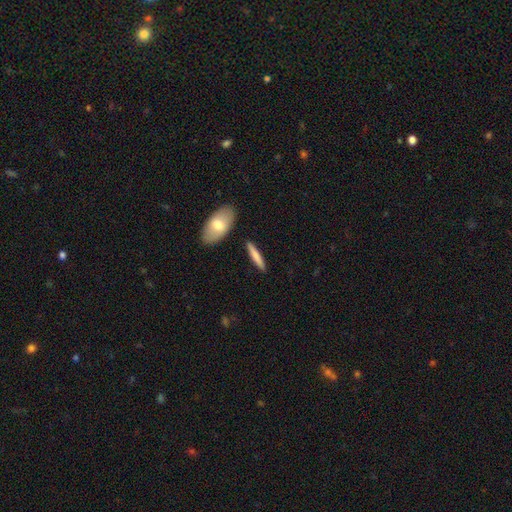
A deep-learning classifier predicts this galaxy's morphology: smooth 72%, featured or disk 23%, star or artifact 5%. Down the decision tree: how rounded — cigar-shaped (87%); merging — none (88%).